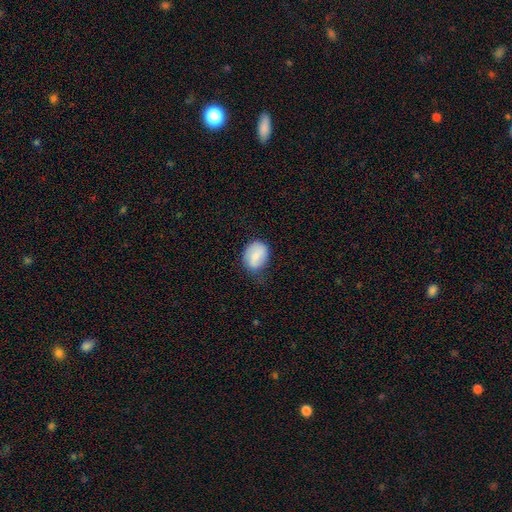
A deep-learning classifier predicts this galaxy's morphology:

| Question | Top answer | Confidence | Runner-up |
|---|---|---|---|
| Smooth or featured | smooth | 76% | featured or disk (17%) |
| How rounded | in between | 60% | round (39%) |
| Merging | none | 50% | minor disturbance (38%) |